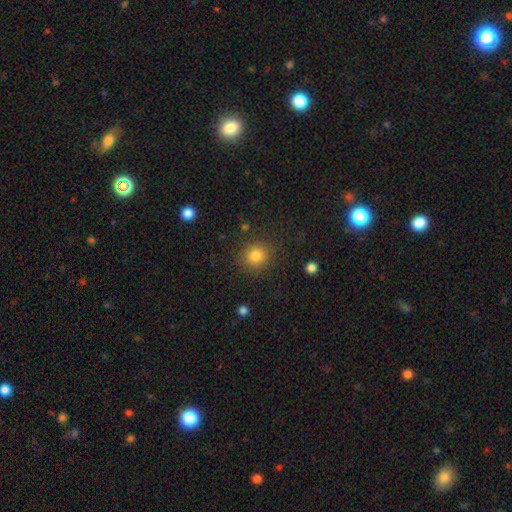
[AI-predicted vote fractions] Smooth or featured: smooth — 83% (star or artifact — 12%)
How rounded: round — 89% (in between — 10%)
Merging: none — 87% (minor disturbance — 8%)